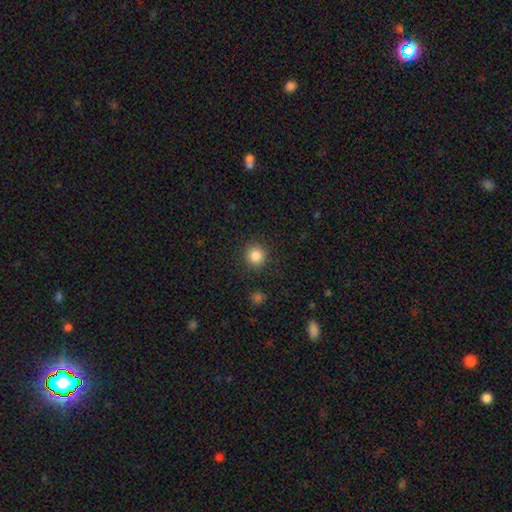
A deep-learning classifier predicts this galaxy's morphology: type=smooth (85%); roundness=round (93%); merging=none (90%).